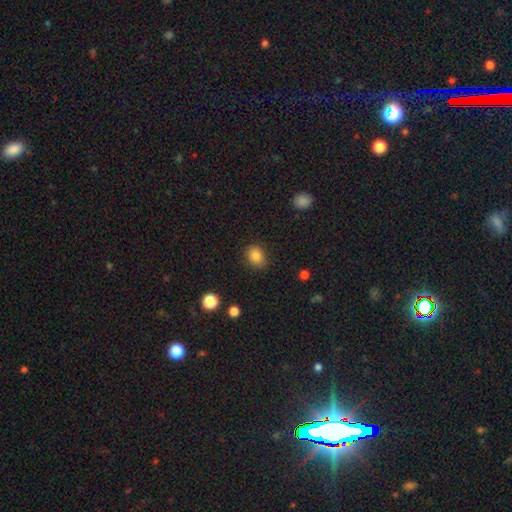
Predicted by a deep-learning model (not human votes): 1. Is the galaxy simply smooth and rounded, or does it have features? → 85% smooth, 10% star or artifact, 5% featured or disk.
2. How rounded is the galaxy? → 55% in between, 43% round, 1% cigar-shaped.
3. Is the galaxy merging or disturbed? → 84% none, 11% minor disturbance, 3% major disturbance, 1% merger.